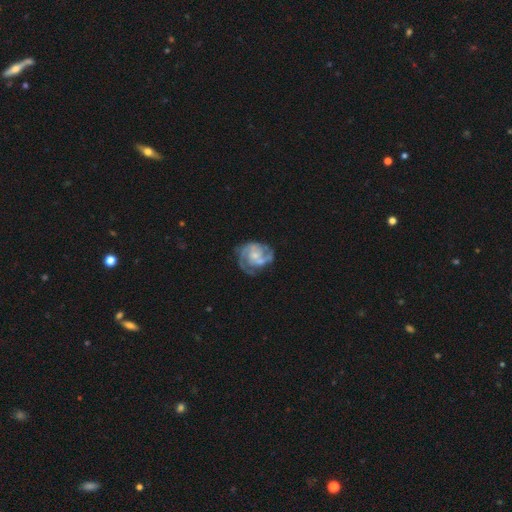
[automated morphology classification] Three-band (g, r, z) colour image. It shows a featured or disk galaxy (82%) with no bar (67%), 2 (36%) tight (51%) spiral arms (91%) and a small central bulge (46%). Merging: none (59%).